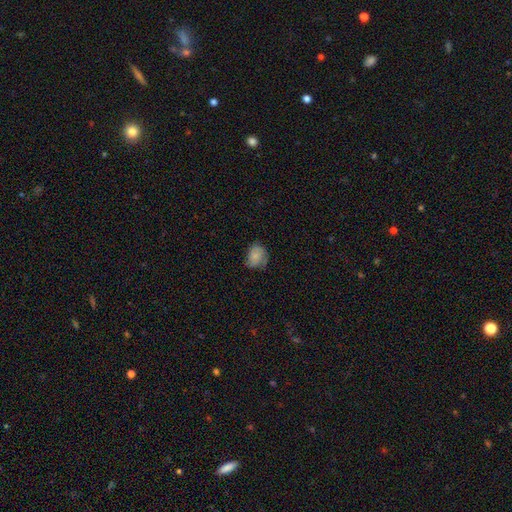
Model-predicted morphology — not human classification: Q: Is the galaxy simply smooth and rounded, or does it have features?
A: smooth — 73%.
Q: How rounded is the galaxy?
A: in between — 53%.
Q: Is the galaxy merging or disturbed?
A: none — 55%.